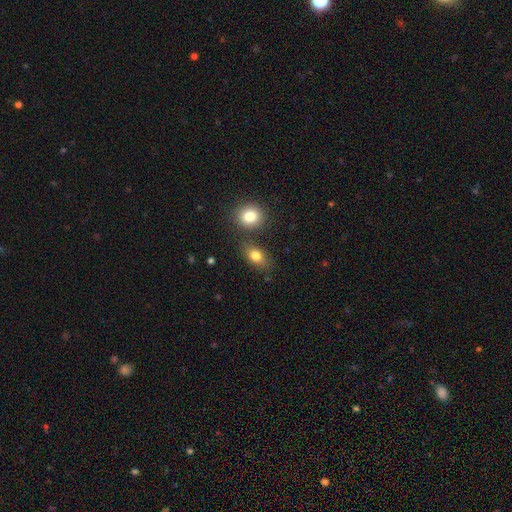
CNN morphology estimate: Smooth or featured? smooth (80%)
How rounded? in between (76%)
Merging? none (70%)